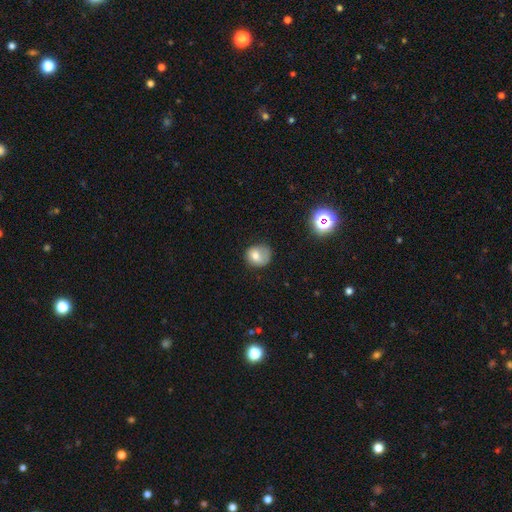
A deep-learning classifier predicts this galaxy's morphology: Smooth or featured?
  - smooth: 70% *
  - featured or disk: 19%
  - star or artifact: 11%
How rounded?
  - round: 68% *
  - in between: 31%
  - cigar-shaped: 1%
Merging?
  - none: 48% *
  - minor disturbance: 31%
  - major disturbance: 18%
  - merger: 3%